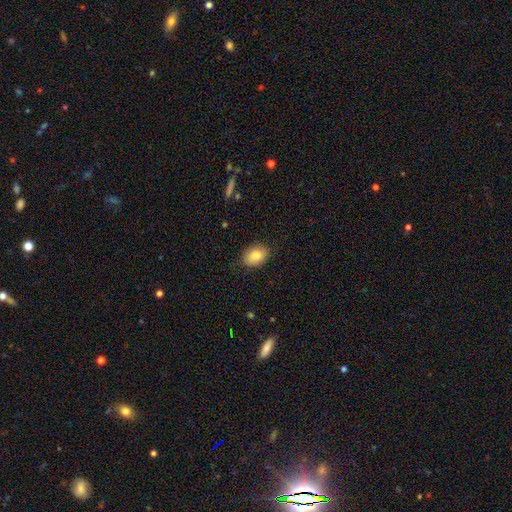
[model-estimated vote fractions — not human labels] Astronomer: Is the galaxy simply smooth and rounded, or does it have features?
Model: smooth — 86%.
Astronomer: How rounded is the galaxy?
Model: in between — 82%.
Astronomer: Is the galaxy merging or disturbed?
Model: none — 85%.